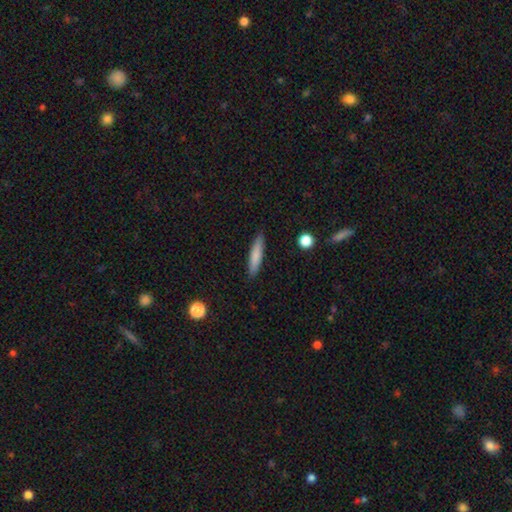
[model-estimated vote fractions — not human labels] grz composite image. It shows a smooth galaxy with no disk features (79%) that is cigar-shaped (85%). Merging: none (89%).